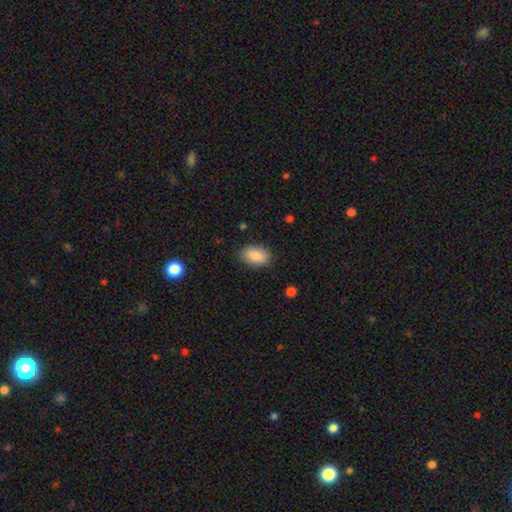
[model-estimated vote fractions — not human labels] smooth-or-featured: smooth: 88% | star or artifact: 7% | featured or disk: 5%
  how-rounded: in between: 92% | round: 7% | cigar-shaped: 2%
  merging: none: 85% | minor disturbance: 11% | major disturbance: 3% | merger: 1%